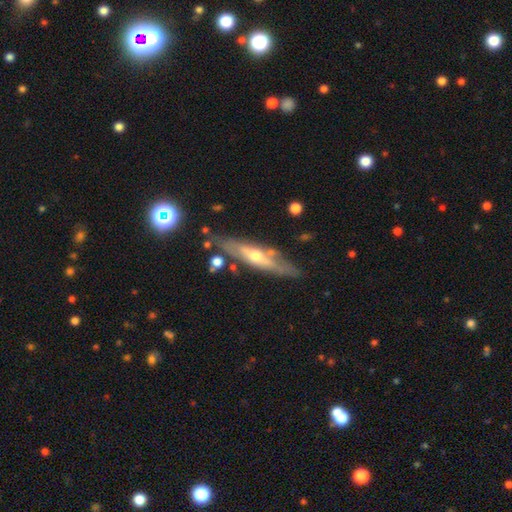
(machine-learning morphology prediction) Overall: featured or disk (68%). Edge-on disk: yes (76%). Edge-on bulge: rounded (84%). Merging: none (74%).